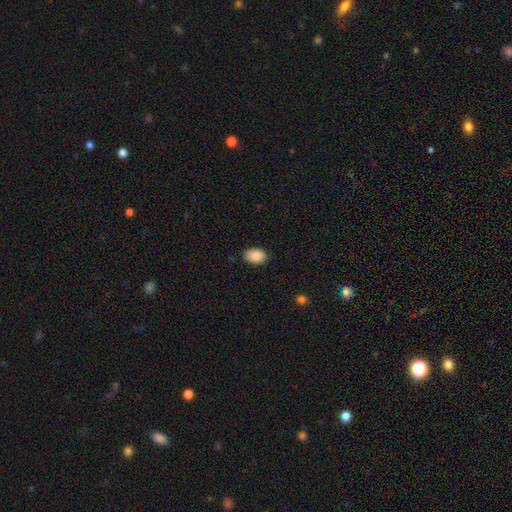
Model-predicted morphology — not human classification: Smooth or featured? smooth (89%)
How rounded? in between (86%)
Merging? none (84%)